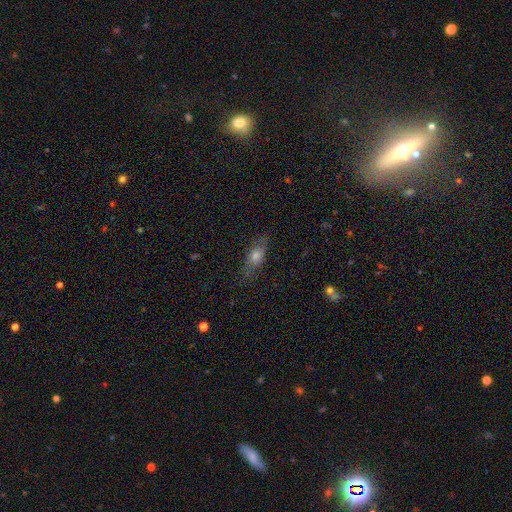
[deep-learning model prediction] smooth_or_featured: smooth (p=0.52) [alt: featured or disk p=0.37]
how_rounded: in between (p=0.53) [alt: cigar-shaped p=0.39]
merging: none (p=0.76) [alt: minor disturbance p=0.17]